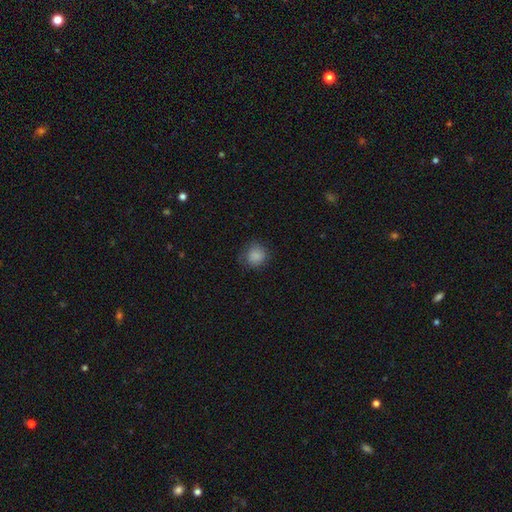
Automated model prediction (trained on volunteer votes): Q: Smooth or featured?
A: smooth (86%); runner-up: star or artifact (9%)
Q: How rounded?
A: round (87%); runner-up: in between (12%)
Q: Merging?
A: none (75%); runner-up: minor disturbance (18%)